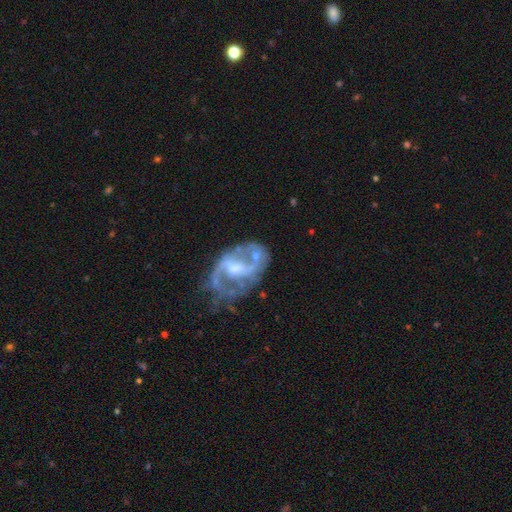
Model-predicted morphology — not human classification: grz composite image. It shows a featured or disk galaxy (85%) with a weak bar (49%), 2 (79%) medium (45%) spiral arms (87%) and a moderate central bulge (40%). Merging: none (48%).